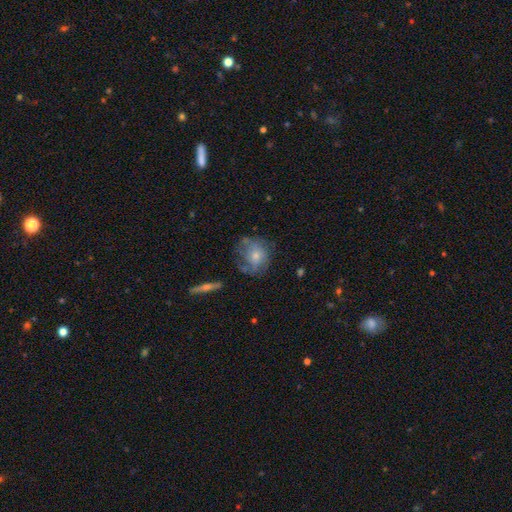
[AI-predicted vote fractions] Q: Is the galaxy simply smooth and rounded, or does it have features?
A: smooth — 53%.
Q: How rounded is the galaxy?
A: round — 70%.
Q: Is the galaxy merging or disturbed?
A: none — 53%.